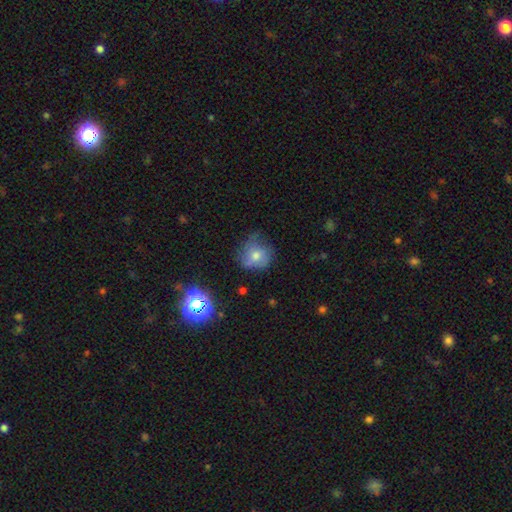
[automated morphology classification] smooth-or-featured: smooth: 58% | featured or disk: 27% | star or artifact: 16%
  how-rounded: round: 78% | in between: 21% | cigar-shaped: 1%
  merging: none: 53% | minor disturbance: 30% | major disturbance: 15% | merger: 2%